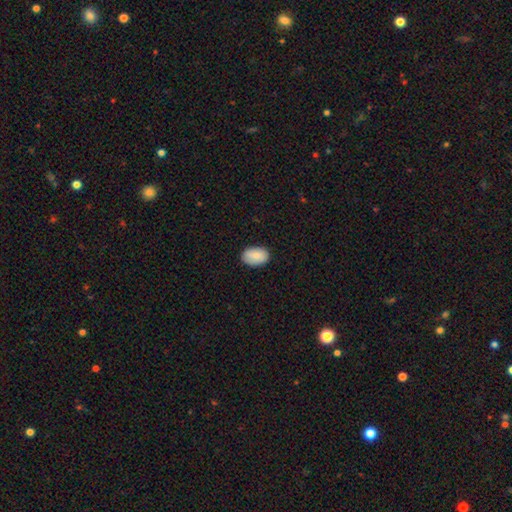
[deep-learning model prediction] The model was most divided on "smooth or featured": smooth: 83%, featured or disk: 11%, star or artifact: 7%. More confident: how rounded — in between (88%); merging — none (85%).